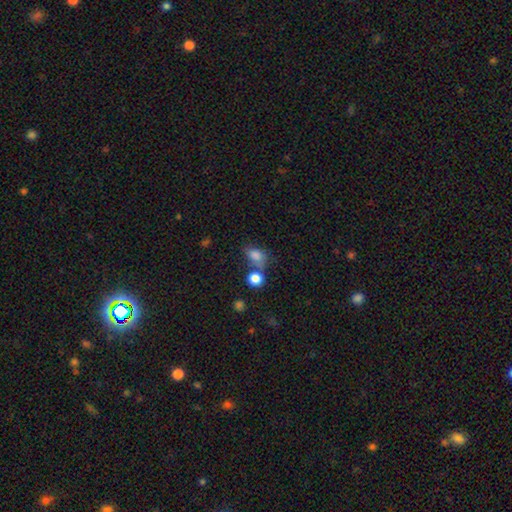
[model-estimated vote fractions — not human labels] A smooth galaxy with no disk features (79%) that is in between round and cigar-shaped (72%).

Vote fractions:
- Smooth or featured? smooth: 79% / star or artifact: 12% / featured or disk: 9%
- How rounded? in between: 72% / round: 26% / cigar-shaped: 2%
- Merging? none: 46% / merger: 26% / minor disturbance: 19% / major disturbance: 9%